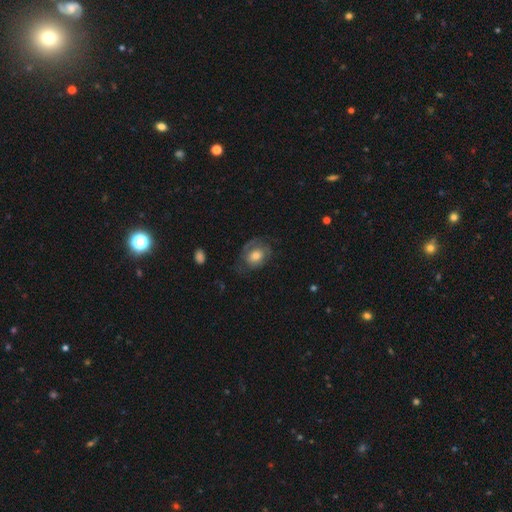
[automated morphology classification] Smooth or featured? smooth (47%)
Merging? none (56%)